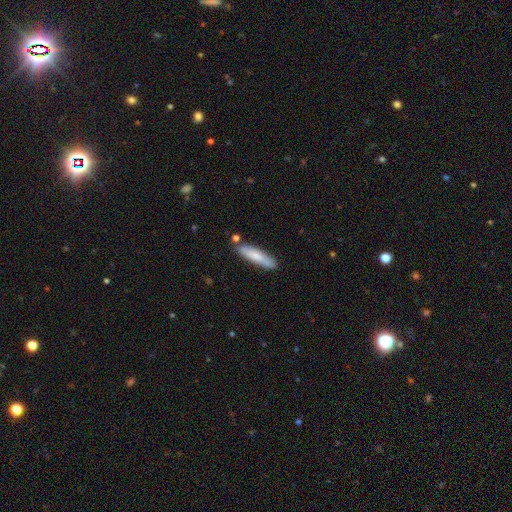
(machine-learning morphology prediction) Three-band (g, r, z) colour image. It shows a smooth galaxy with no disk features (76%) that is cigar-shaped (79%). Merging: none (81%).